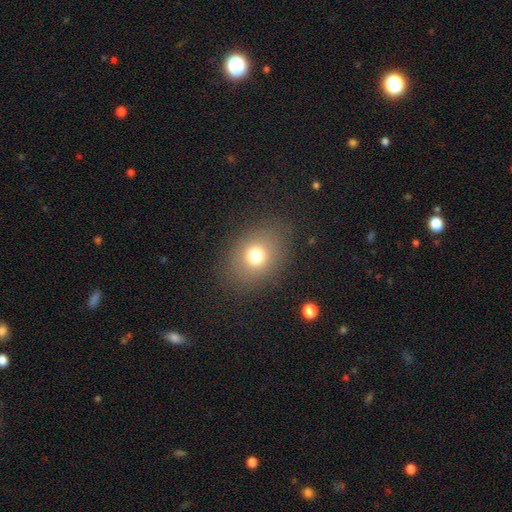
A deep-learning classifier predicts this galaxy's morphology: A smooth galaxy with no disk features (73%) that is in between round and cigar-shaped (50%).

Vote fractions:
- Smooth or featured? smooth: 73% / star or artifact: 14% / featured or disk: 12%
- How rounded? in between: 50% / round: 49% / cigar-shaped: 1%
- Merging? none: 83% / minor disturbance: 10% / major disturbance: 6% / merger: 1%